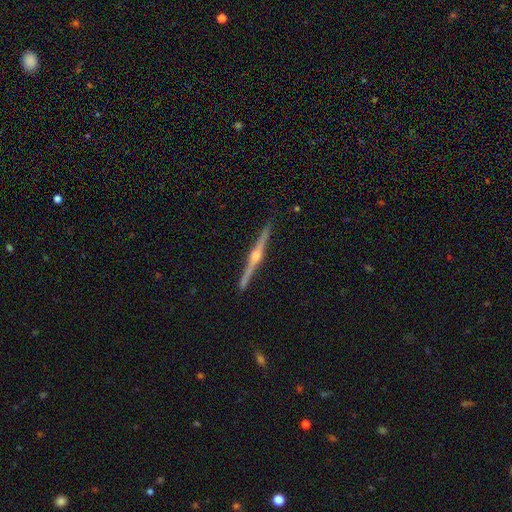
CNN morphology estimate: This appears to be a featured or disk galaxy (88%) viewed edge-on (99%) with a rounded central bulge (92%). Merging: none (92%).